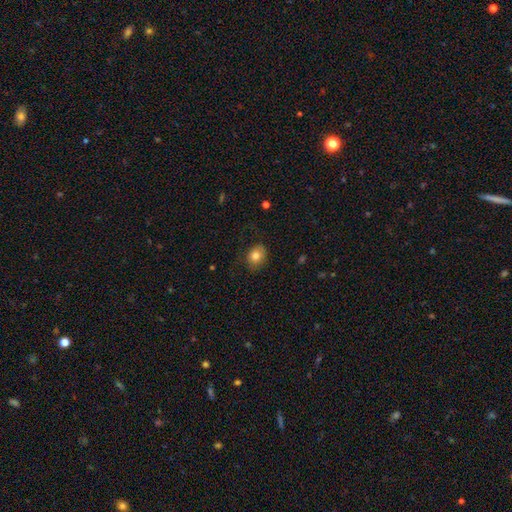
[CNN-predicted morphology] smooth-or-featured: smooth: 81% | featured or disk: 10% | star or artifact: 9%
  how-rounded: round: 50% | in between: 49% | cigar-shaped: 1%
  merging: none: 74% | minor disturbance: 19% | major disturbance: 5% | merger: 1%